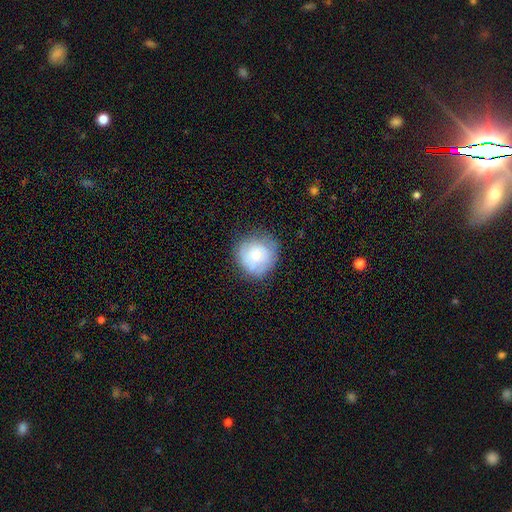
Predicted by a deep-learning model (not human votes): smooth 57%, featured or disk 36%, star or artifact 8%. Down the decision tree: how rounded — round (88%); merging — none (68%).